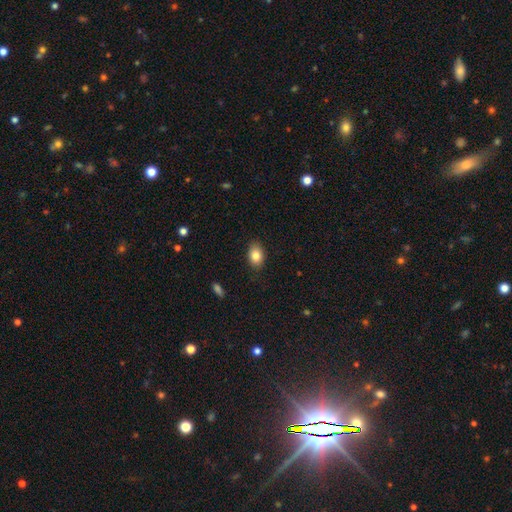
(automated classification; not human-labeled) Smooth or featured?
  - smooth: 84% *
  - star or artifact: 8%
  - featured or disk: 8%
How rounded?
  - in between: 84% *
  - round: 15%
  - cigar-shaped: 1%
Merging?
  - none: 85% *
  - minor disturbance: 12%
  - major disturbance: 2%
  - merger: 1%